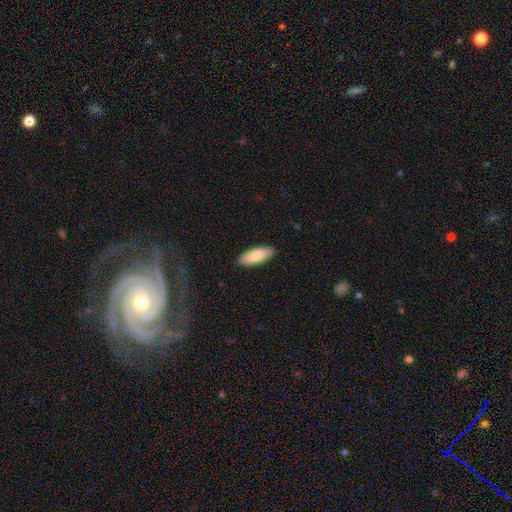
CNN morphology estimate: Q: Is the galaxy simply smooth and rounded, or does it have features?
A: smooth — 82%.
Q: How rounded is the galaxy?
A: in between — 77%.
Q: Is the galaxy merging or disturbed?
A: none — 89%.